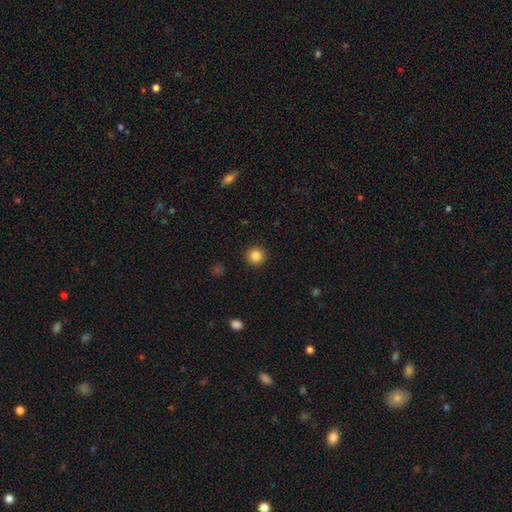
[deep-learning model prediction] A smooth galaxy with no disk features (84%) that is round (95%). Merging: none (93%).